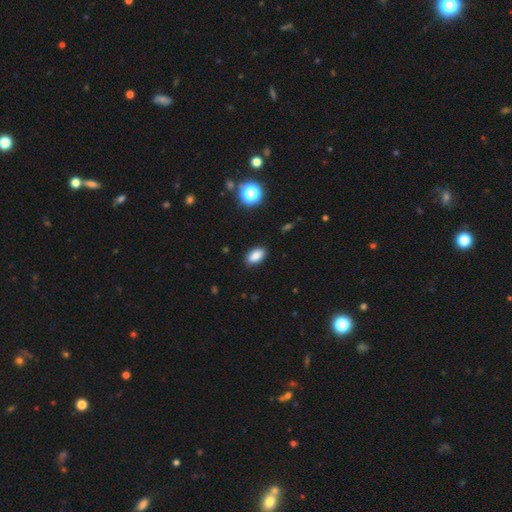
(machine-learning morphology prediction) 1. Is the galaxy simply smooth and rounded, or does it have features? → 85% smooth, 10% star or artifact, 5% featured or disk.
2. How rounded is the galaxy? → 91% in between, 6% round, 3% cigar-shaped.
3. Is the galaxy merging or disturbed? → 89% none, 8% minor disturbance, 2% major disturbance, 1% merger.